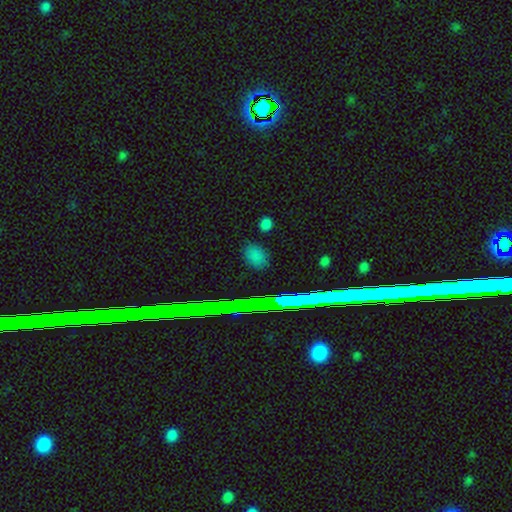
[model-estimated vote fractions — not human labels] Smooth or featured? smooth (75%)
How rounded? in between (66%)
Merging? none (83%)